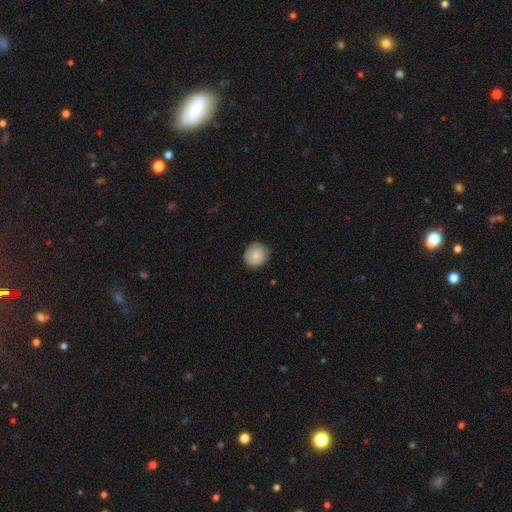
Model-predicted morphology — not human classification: smooth_or_featured: smooth (p=0.83) [alt: featured or disk p=0.09]
how_rounded: round (p=0.88) [alt: in between p=0.11]
merging: none (p=0.80) [alt: minor disturbance p=0.16]